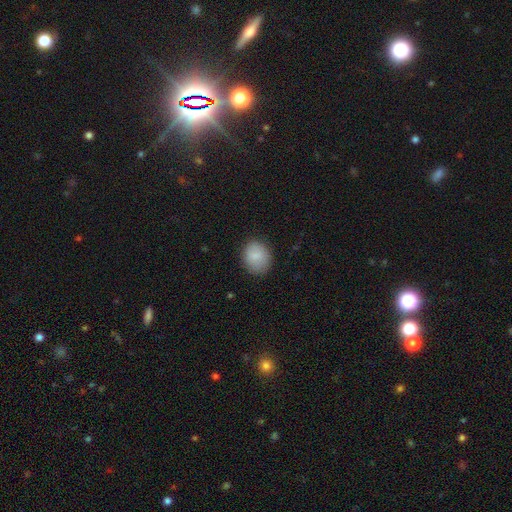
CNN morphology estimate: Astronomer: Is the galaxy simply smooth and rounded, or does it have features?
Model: smooth — 86%.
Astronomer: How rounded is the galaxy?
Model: round — 60% (runner-up: in between, 39%).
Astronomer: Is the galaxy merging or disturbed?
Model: none — 84%.